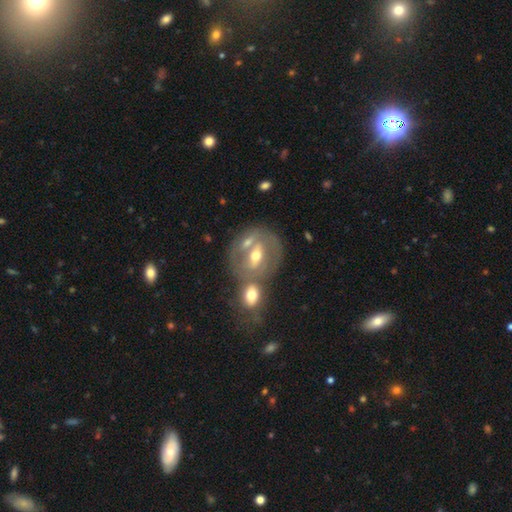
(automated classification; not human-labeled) This appears to be a featured or disk galaxy (64%) with a strong bar (36%), no spiral arms (69%) and a moderate central bulge (70%). Merging: merger (42%).